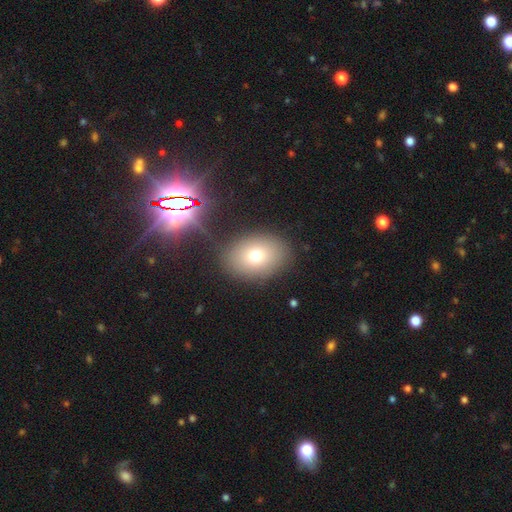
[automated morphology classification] smooth-or-featured: smooth: 72% | featured or disk: 14% | star or artifact: 14%
  how-rounded: in between: 68% | round: 31% | cigar-shaped: 1%
  merging: none: 84% | minor disturbance: 9% | major disturbance: 4% | merger: 3%